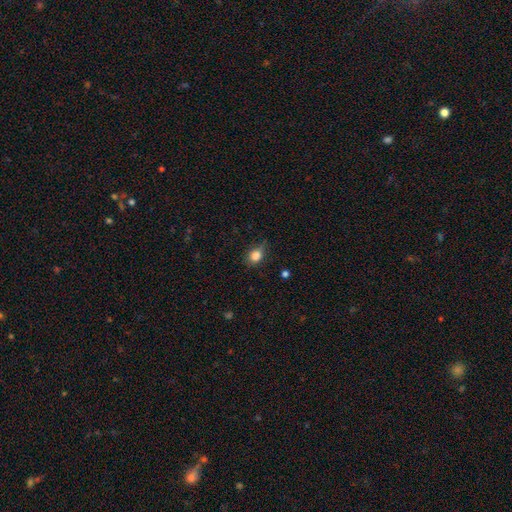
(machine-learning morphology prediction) type=smooth (84%); roundness=round (52%); merging=none (63%).